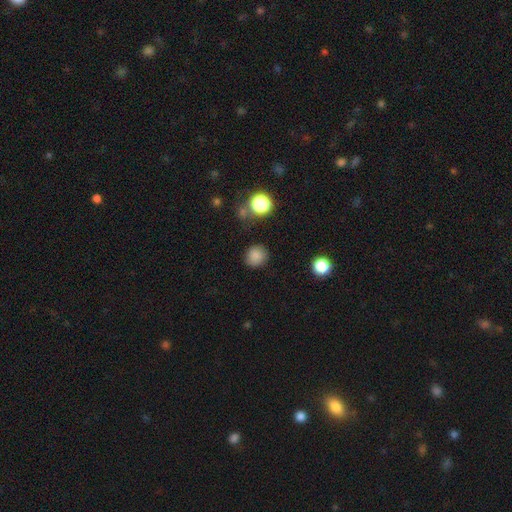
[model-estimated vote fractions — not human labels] Smooth or featured?
  - smooth: 82% *
  - star or artifact: 14%
  - featured or disk: 5%
How rounded?
  - round: 86% *
  - in between: 13%
  - cigar-shaped: 1%
Merging?
  - none: 83% *
  - minor disturbance: 12%
  - major disturbance: 4%
  - merger: 2%